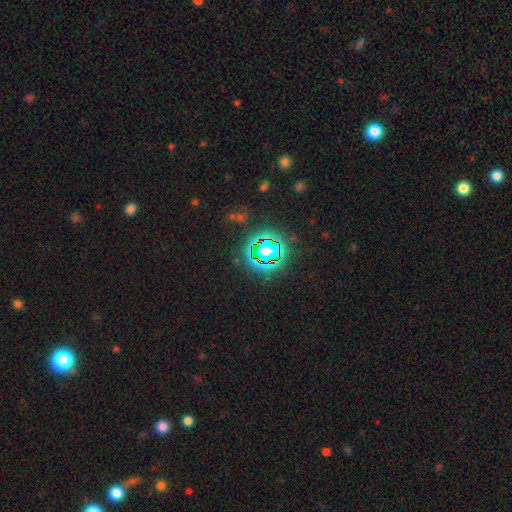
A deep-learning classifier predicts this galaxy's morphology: Q: Smooth or featured?
A: star or artifact (79%); runner-up: smooth (14%)